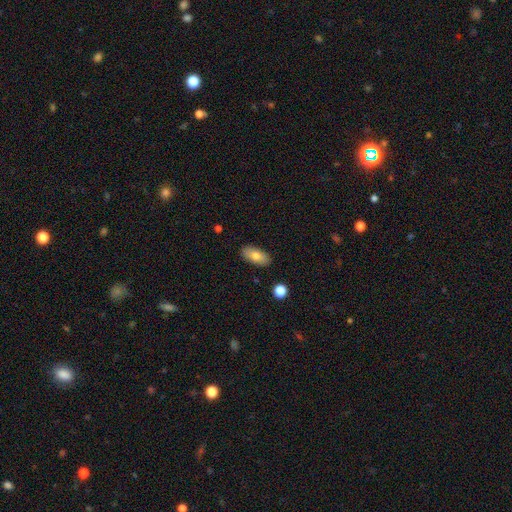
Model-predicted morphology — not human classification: This appears to be a smooth galaxy with no disk features (78%) that is in between round and cigar-shaped (90%). Merging: none (87%).